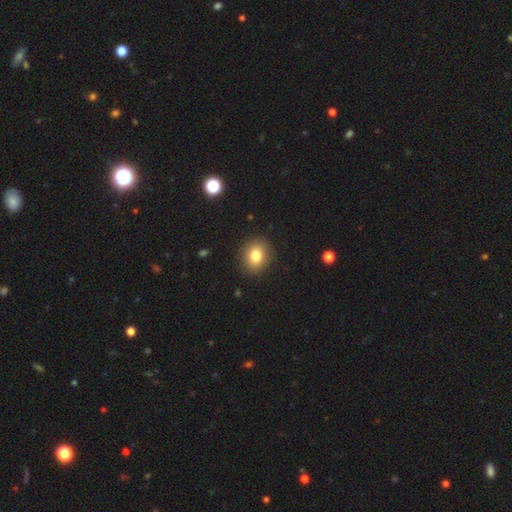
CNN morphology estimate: smooth 80%, star or artifact 11%, featured or disk 9%. Down the decision tree: how rounded — round (60%); merging — none (89%).